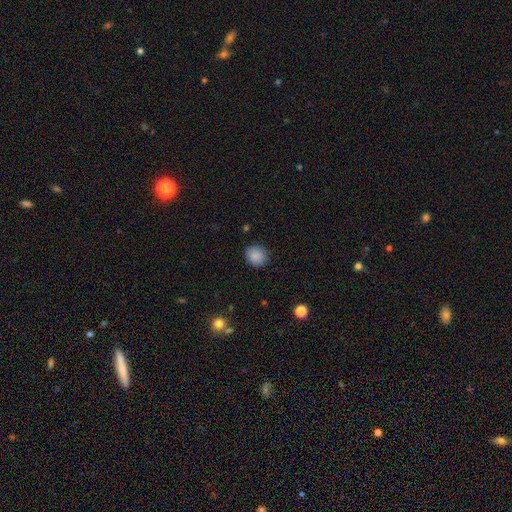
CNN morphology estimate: Q: Smooth or featured?
A: smooth (88%); runner-up: star or artifact (9%)
Q: How rounded?
A: round (81%); runner-up: in between (18%)
Q: Merging?
A: none (89%); runner-up: minor disturbance (8%)